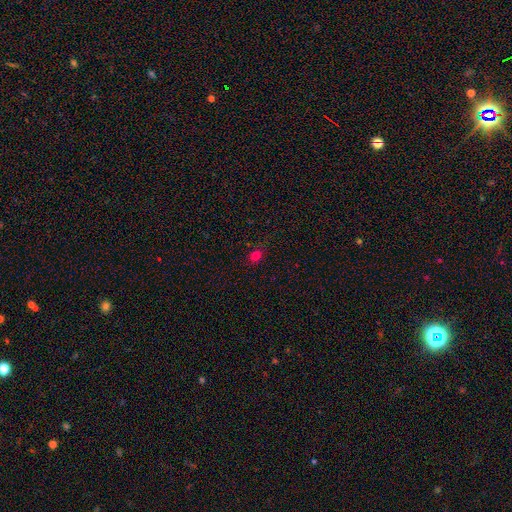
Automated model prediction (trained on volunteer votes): The model was most divided on "how rounded": round: 68%, in between: 30%, cigar-shaped: 1%. More confident: merging — none (80%); smooth or featured — smooth (74%).